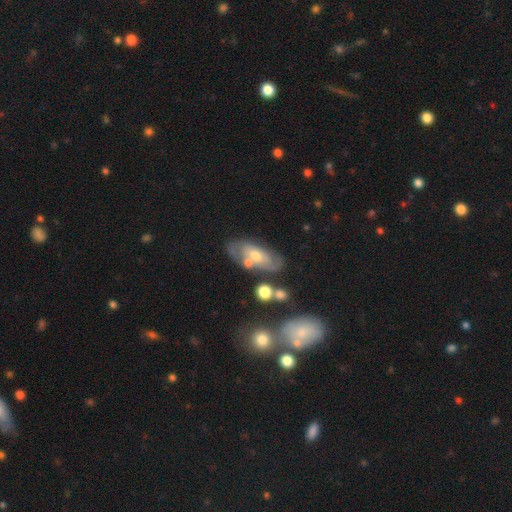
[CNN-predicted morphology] Q: Smooth or featured?
A: featured or disk (55%); runner-up: smooth (38%)
Q: Edge-on disk?
A: no (87%); runner-up: yes (13%)
Q: Merging?
A: none (57%); runner-up: minor disturbance (19%)